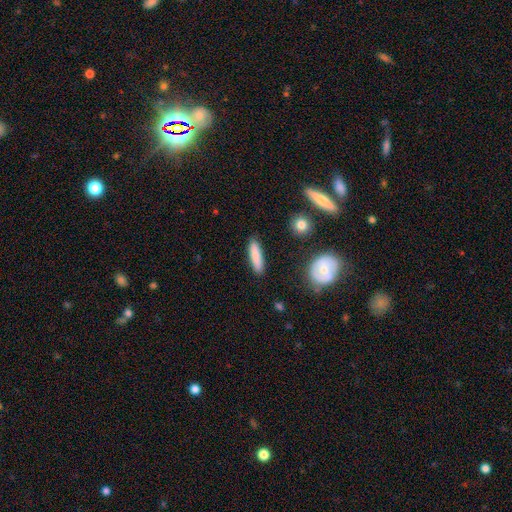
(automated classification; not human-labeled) Morphology: type=smooth (84%); roundness=cigar-shaped (75%); merging=none (88%).